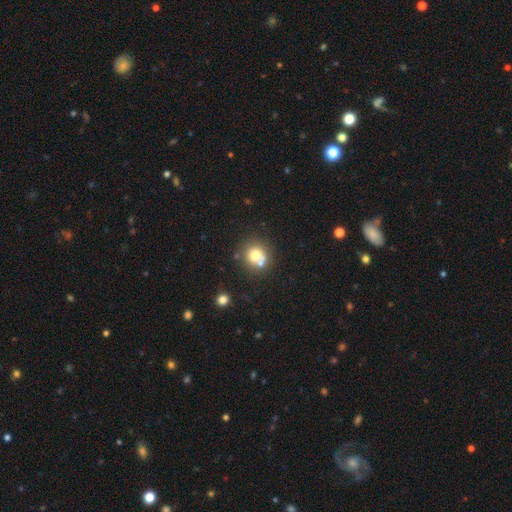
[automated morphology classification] smooth_or_featured: smooth (p=0.70) [alt: featured or disk p=0.17]
how_rounded: round (p=0.88) [alt: in between p=0.11]
merging: none (p=0.59) [alt: merger p=0.27]